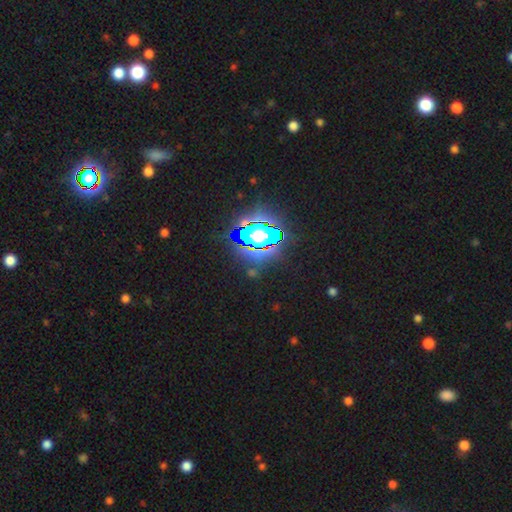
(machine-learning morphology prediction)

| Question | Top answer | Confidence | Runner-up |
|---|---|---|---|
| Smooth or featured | star or artifact | 84% | smooth (9%) |